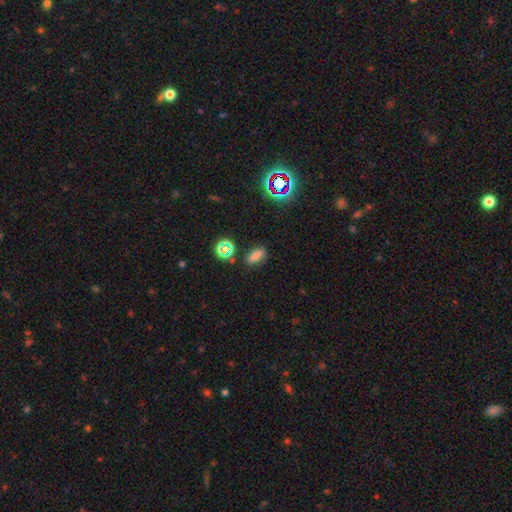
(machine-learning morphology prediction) Smooth or featured: smooth — 66% (star or artifact — 24%)
How rounded: in between — 85% (round — 11%)
Merging: none — 80% (minor disturbance — 13%)